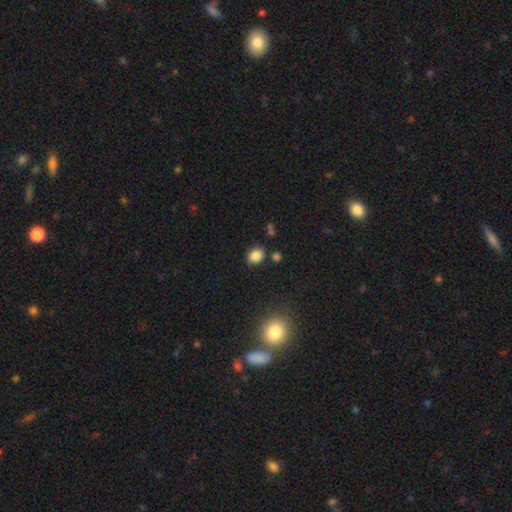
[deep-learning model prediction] Q: Smooth or featured?
A: smooth (84%); runner-up: star or artifact (11%)
Q: How rounded?
A: in between (50%); runner-up: round (49%)
Q: Merging?
A: none (81%); runner-up: minor disturbance (11%)